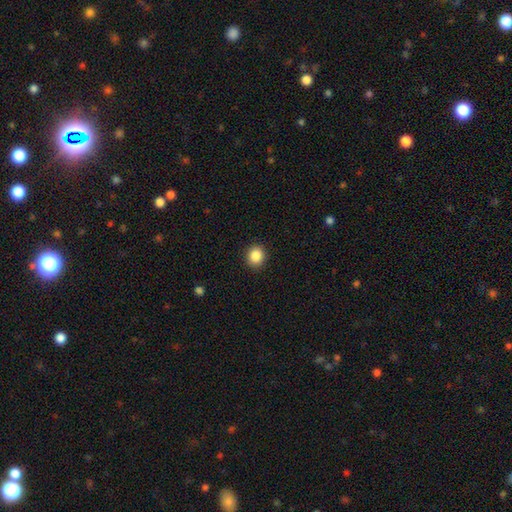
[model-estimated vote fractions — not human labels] Morphology: type=smooth (87%); roundness=round (83%); merging=none (91%).